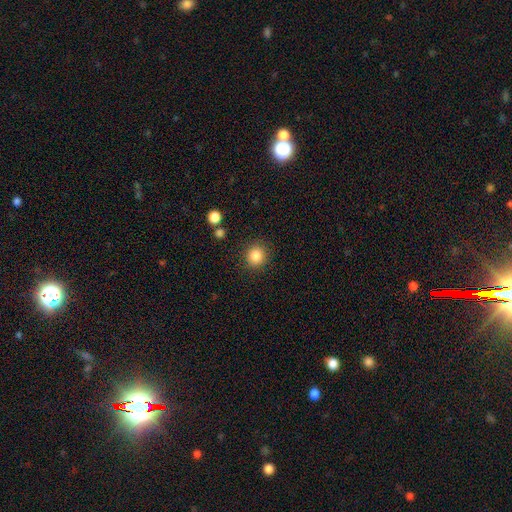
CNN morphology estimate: Smooth or featured? smooth (85%)
How rounded? round (89%)
Merging? none (88%)